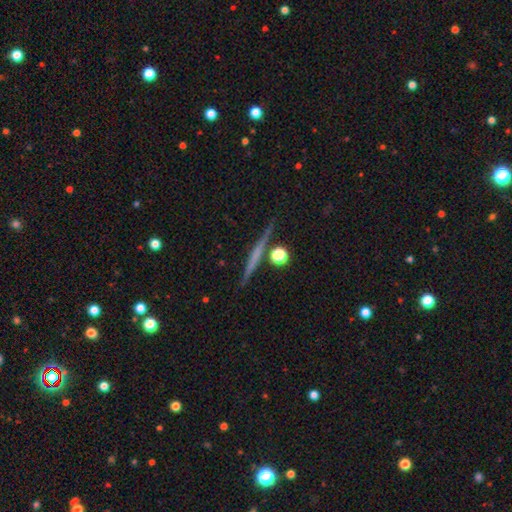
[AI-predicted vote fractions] Overall: featured or disk (56%; smooth 36%). Edge-on disk: yes (97%). Edge-on bulge: none (80%). Merging: none (88%).